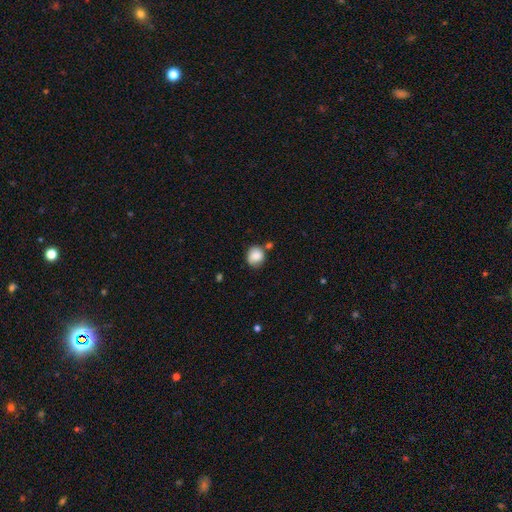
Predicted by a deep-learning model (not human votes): Smooth or featured? Predicted: smooth (p=0.85). How rounded? Predicted: round (p=0.78). Merging? Predicted: none (p=0.65).